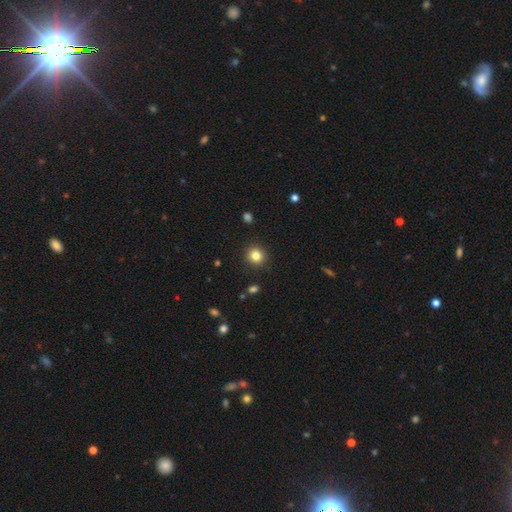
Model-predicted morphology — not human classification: smooth 82%, star or artifact 12%, featured or disk 6%. Down the decision tree: how rounded — round (91%); merging — none (91%).